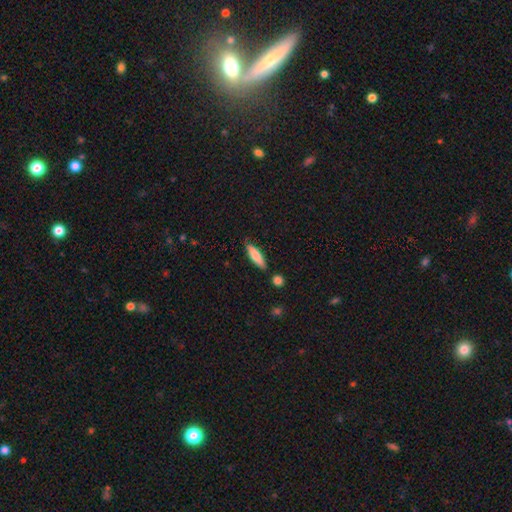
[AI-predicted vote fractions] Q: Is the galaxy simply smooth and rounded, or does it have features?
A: smooth — 75%.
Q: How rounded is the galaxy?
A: cigar-shaped — 63%.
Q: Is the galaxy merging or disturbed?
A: none — 82%.